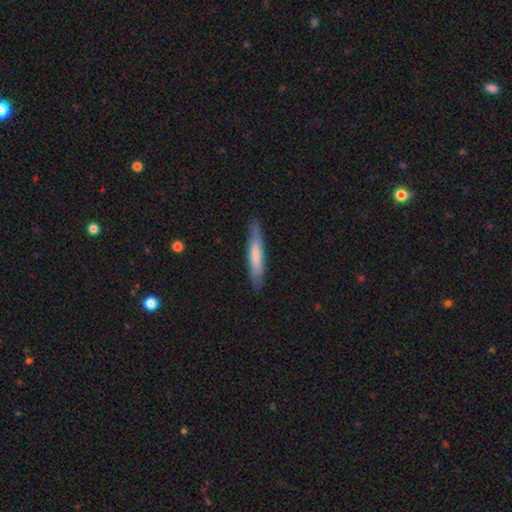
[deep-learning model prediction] This appears to be a smooth galaxy with no disk features (65%) that is cigar-shaped (91%). Merging: none (83%).